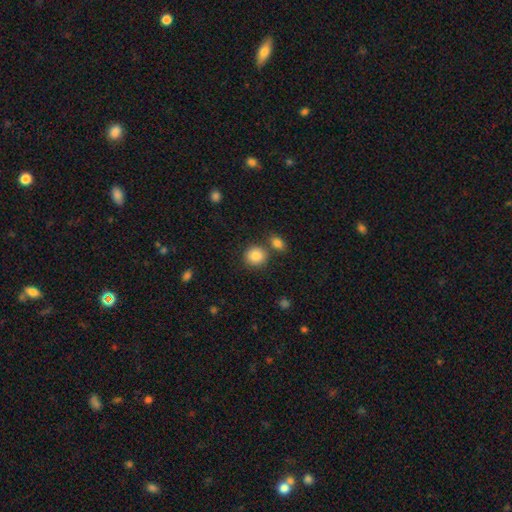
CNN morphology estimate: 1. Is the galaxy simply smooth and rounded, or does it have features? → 87% smooth, 8% star or artifact, 5% featured or disk.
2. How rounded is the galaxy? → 83% round, 16% in between, 1% cigar-shaped.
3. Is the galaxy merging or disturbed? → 73% none, 15% merger, 9% minor disturbance, 3% major disturbance.